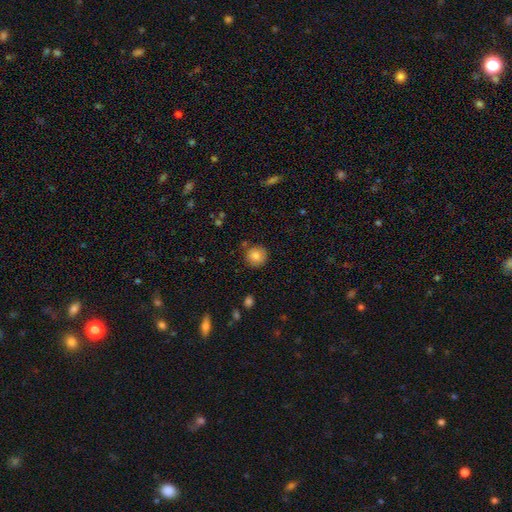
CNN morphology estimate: A smooth galaxy with no disk features (85%) that is round (92%). Merging: none (81%).